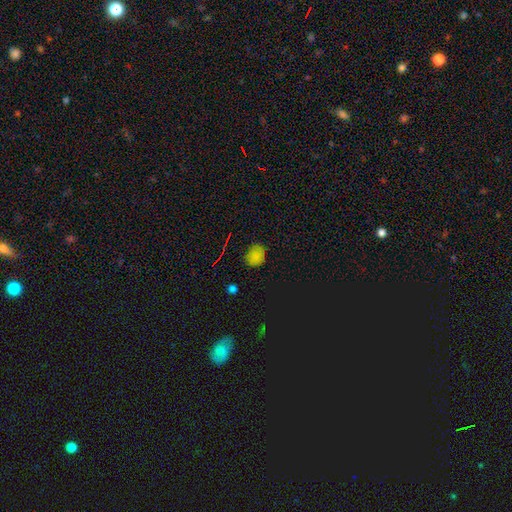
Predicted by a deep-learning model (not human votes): The model was most divided on "smooth or featured": smooth: 62%, star or artifact: 31%, featured or disk: 7%. More confident: merging — none (80%); how rounded — round (69%).